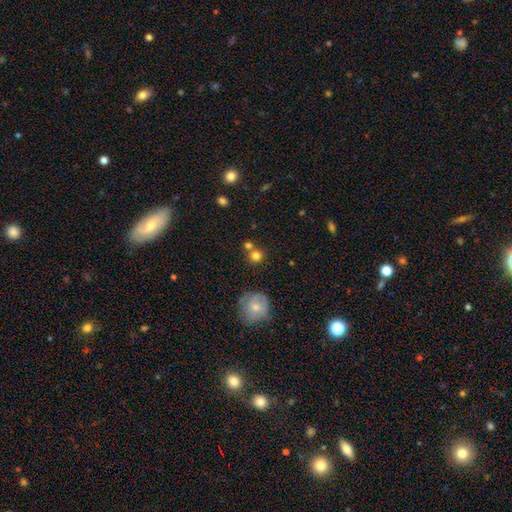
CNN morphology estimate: smooth-or-featured: smooth: 79% | star or artifact: 12% | featured or disk: 9%
  how-rounded: round: 89% | in between: 10% | cigar-shaped: 1%
  merging: none: 61% | merger: 27% | minor disturbance: 9% | major disturbance: 3%